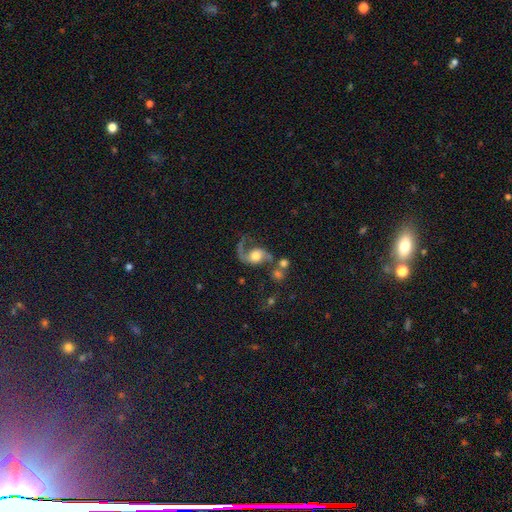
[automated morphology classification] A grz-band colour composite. It shows a featured or disk galaxy (73%) with no bar (67%), 2 (53%) loose (69%) spiral arms (92%) and a moderate central bulge (50%). Merging: none (36%).